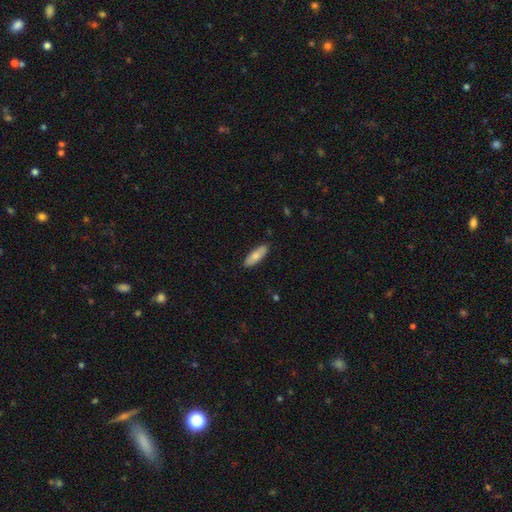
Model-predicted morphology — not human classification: Smooth or featured: smooth — 78% (featured or disk — 17%)
How rounded: in between — 57% (cigar-shaped — 41%)
Merging: none — 88% (minor disturbance — 9%)